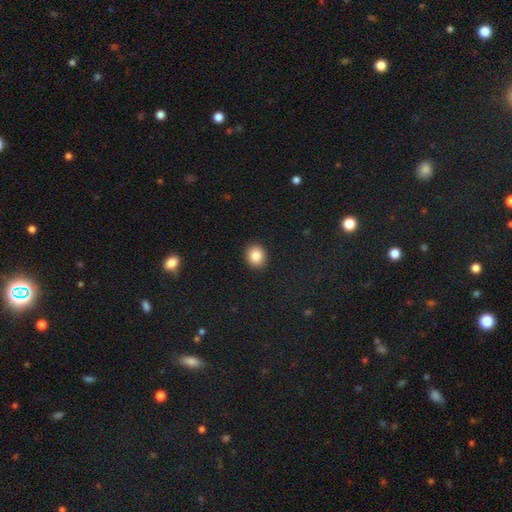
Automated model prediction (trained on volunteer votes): Morphology: type=smooth (86%); roundness=round (80%); merging=none (92%).